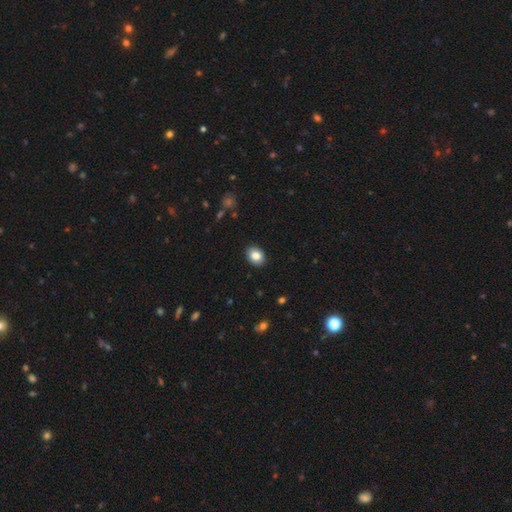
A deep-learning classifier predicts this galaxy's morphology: Smooth or featured?
  - smooth: 85% *
  - star or artifact: 8%
  - featured or disk: 7%
How rounded?
  - in between: 72% *
  - round: 27%
  - cigar-shaped: 1%
Merging?
  - none: 89% *
  - minor disturbance: 8%
  - major disturbance: 2%
  - merger: 1%